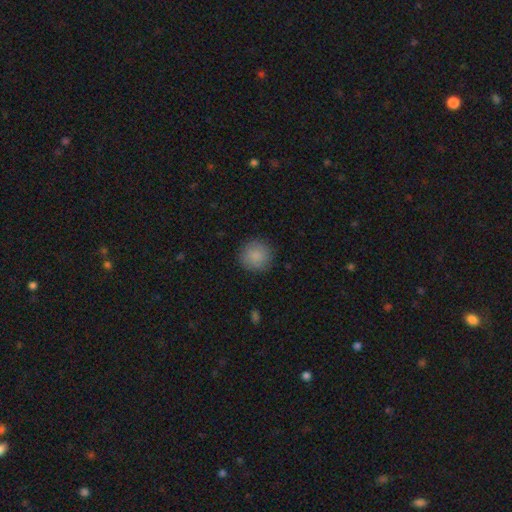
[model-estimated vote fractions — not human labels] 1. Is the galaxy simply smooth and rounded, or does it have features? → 87% smooth, 8% star or artifact, 5% featured or disk.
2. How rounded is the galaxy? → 94% round, 5% in between, 1% cigar-shaped.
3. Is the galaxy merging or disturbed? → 88% none, 9% minor disturbance, 3% major disturbance, 1% merger.